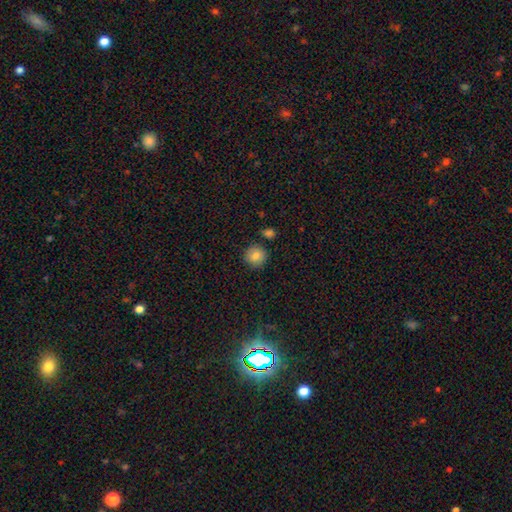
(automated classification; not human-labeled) Overall: smooth (82%). How rounded: round (92%). Merging: none (86%).